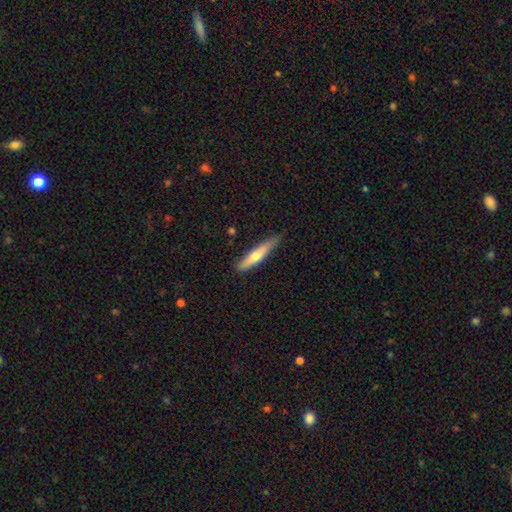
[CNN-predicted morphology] This appears to be a smooth galaxy with no disk features (53%) that is cigar-shaped (89%). Merging: none (81%).